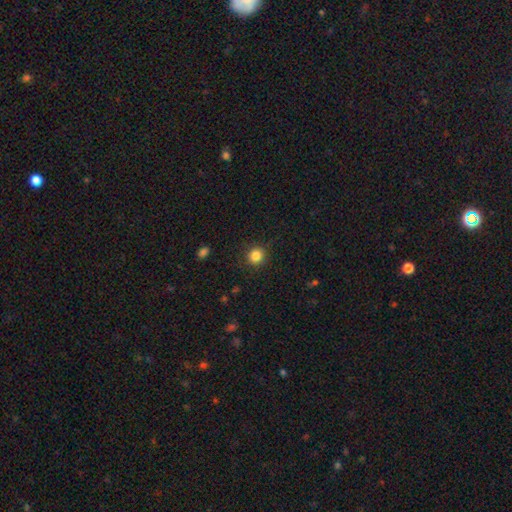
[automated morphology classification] smooth-or-featured: smooth: 85% | star or artifact: 11% | featured or disk: 4%
  how-rounded: round: 89% | in between: 10% | cigar-shaped: 1%
  merging: none: 89% | minor disturbance: 7% | major disturbance: 3% | merger: 1%